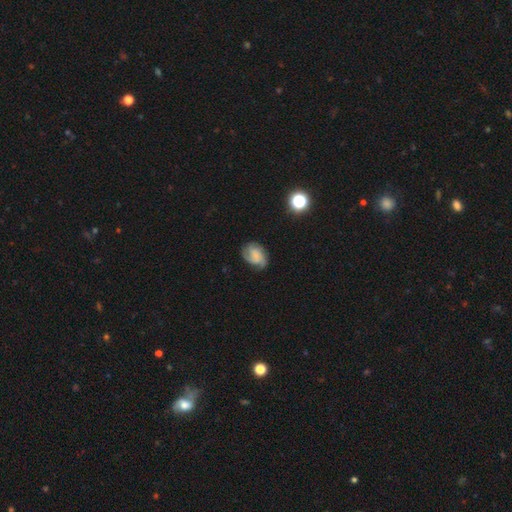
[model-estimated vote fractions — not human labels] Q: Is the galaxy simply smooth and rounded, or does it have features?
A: featured or disk — 63%.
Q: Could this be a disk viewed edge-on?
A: no — 98%.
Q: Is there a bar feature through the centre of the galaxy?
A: no — 60%.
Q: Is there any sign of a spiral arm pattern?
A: yes — 93%.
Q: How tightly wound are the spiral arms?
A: medium — 42%, tied with tight.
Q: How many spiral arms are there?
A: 2 — 34%.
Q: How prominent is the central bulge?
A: none — 40%.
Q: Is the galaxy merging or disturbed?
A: none — 67%.